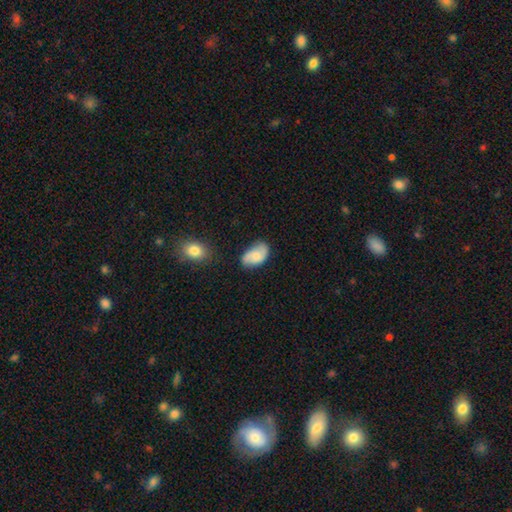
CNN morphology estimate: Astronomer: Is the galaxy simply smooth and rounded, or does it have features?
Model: smooth — 52% (runner-up: featured or disk, 40%).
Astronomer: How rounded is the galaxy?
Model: in between — 91%.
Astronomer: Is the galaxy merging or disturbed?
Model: none — 67%.